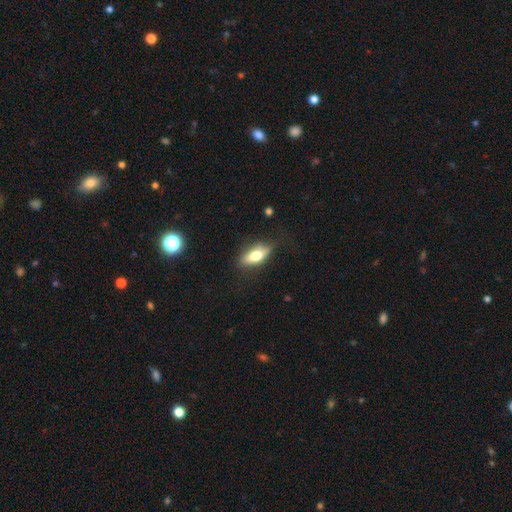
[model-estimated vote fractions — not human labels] This appears to be a smooth galaxy with no disk features (63%) that is in between round and cigar-shaped (77%). Merging: none (75%).